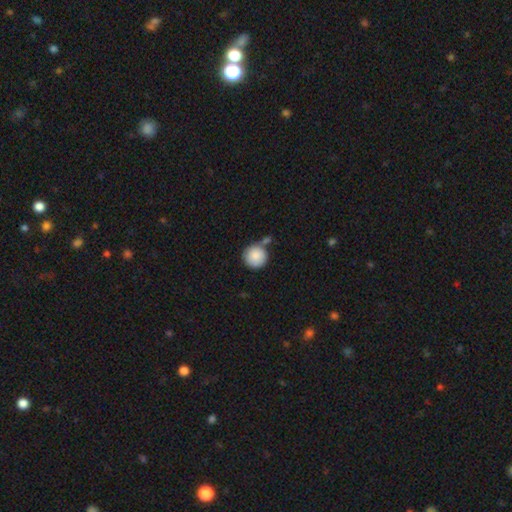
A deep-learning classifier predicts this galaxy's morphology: A smooth galaxy with no disk features (88%) that is round (95%). Merging: none (63%).